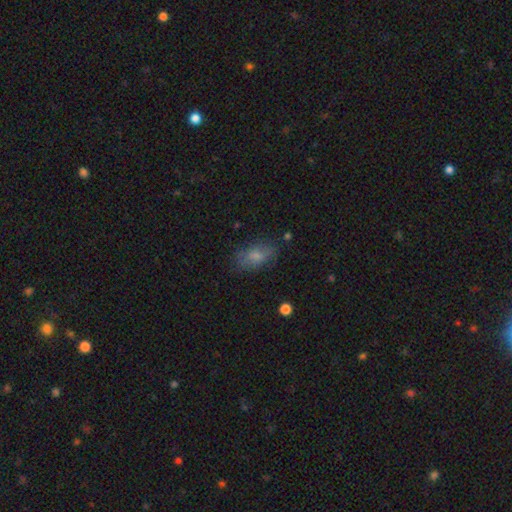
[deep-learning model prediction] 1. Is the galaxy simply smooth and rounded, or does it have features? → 72% smooth, 19% featured or disk, 9% star or artifact.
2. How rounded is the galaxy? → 88% in between, 6% round, 5% cigar-shaped.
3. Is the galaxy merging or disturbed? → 71% none, 20% minor disturbance, 7% major disturbance, 2% merger.